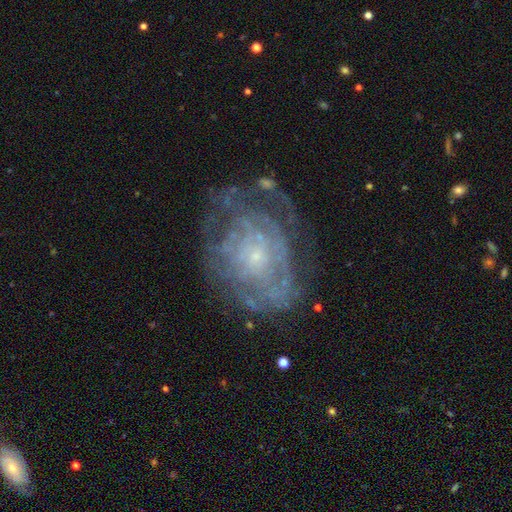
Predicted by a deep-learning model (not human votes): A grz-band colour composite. It shows a featured or disk galaxy (78%) with no bar (83%), tight (71%) spiral arms (75%) and a small central bulge (81%). Merging: none (61%).